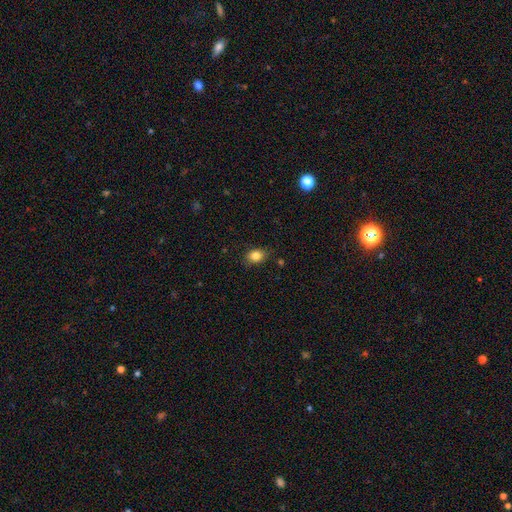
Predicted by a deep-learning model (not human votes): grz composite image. It shows a smooth galaxy with no disk features (84%) that is in between round and cigar-shaped (60%). Merging: none (79%).